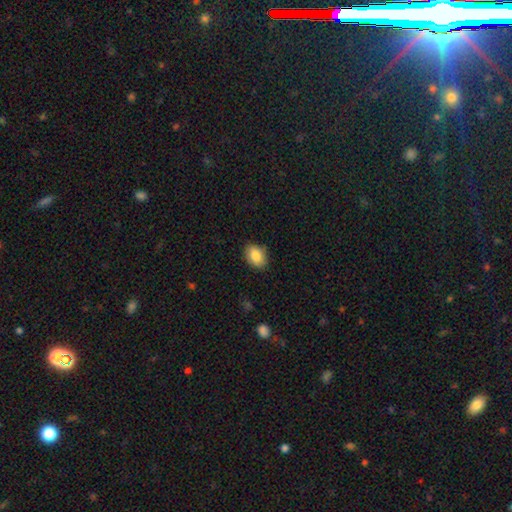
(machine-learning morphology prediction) The model was most divided on "how rounded": in between: 79%, round: 19%, cigar-shaped: 1%. More confident: merging — none (85%); smooth or featured — smooth (85%).